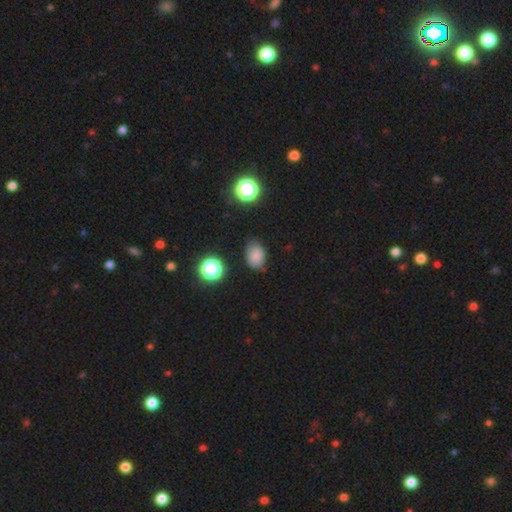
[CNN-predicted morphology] type=smooth (80%); roundness=in between (72%); merging=none (73%).